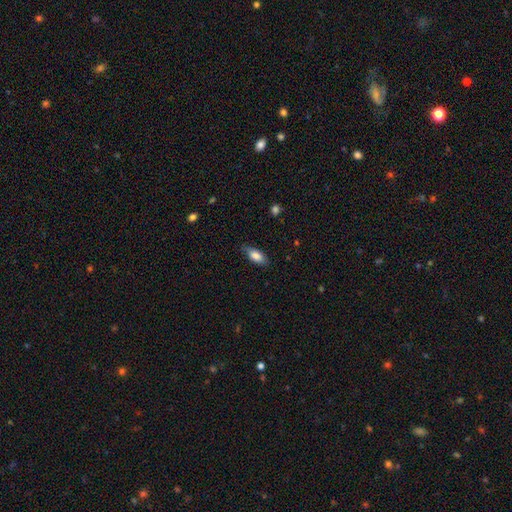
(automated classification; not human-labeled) Smooth or featured? Predicted: smooth (p=0.80). How rounded? Predicted: in between (p=0.82). Merging? Predicted: none (p=0.76).